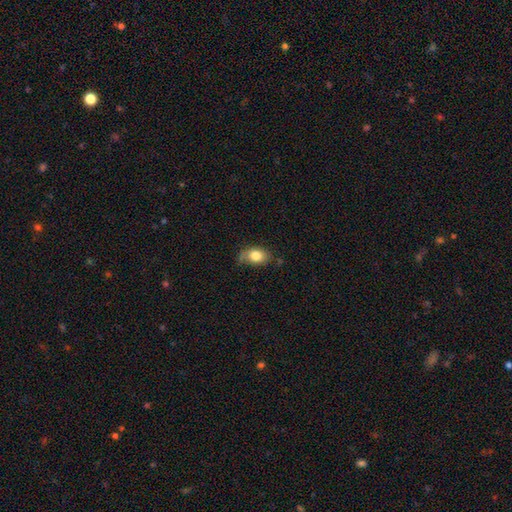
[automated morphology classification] A smooth galaxy with no disk features (78%) that is in between round and cigar-shaped (76%). Merging: none (53%).